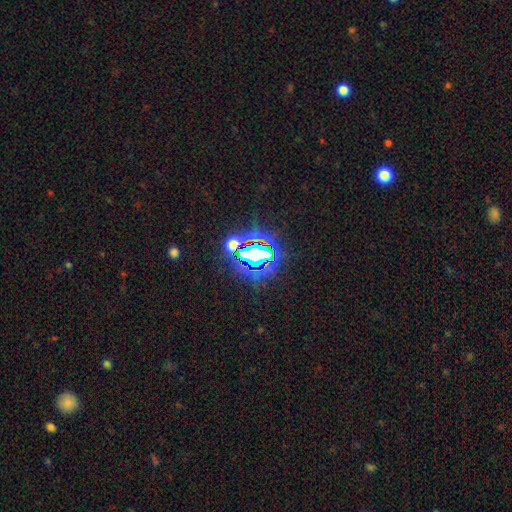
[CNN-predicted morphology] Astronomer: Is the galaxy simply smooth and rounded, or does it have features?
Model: star or artifact — 73%.